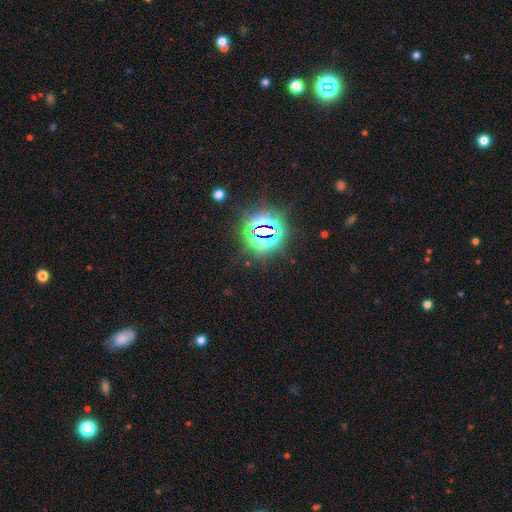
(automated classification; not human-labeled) smooth-or-featured: star or artifact: 81% | smooth: 13% | featured or disk: 6%